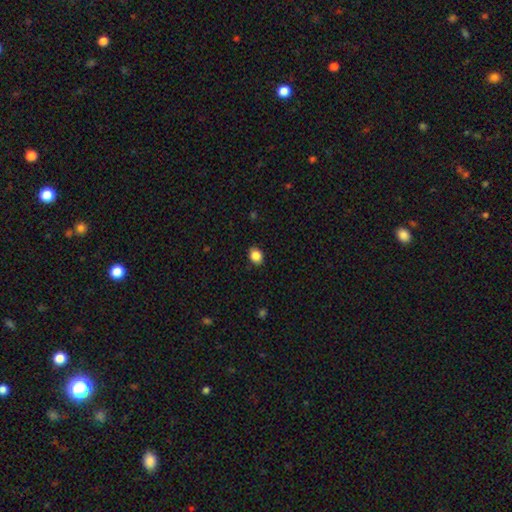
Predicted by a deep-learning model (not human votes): Smooth or featured?
  - smooth: 86% *
  - star or artifact: 10%
  - featured or disk: 4%
How rounded?
  - round: 51% *
  - in between: 48%
  - cigar-shaped: 1%
Merging?
  - none: 88% *
  - minor disturbance: 9%
  - major disturbance: 2%
  - merger: 1%